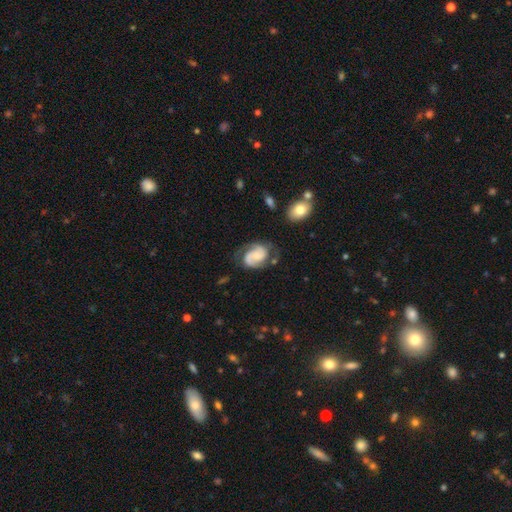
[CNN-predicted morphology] featured or disk 79%, smooth 15%, star or artifact 6%. Down the decision tree: edge-on disk — no (98%); bar — no (58%); spiral arms — yes (95%); spiral arm count — 2 (84%); spiral winding — medium (48%); bulge size — small (45%); merging — none (61%).